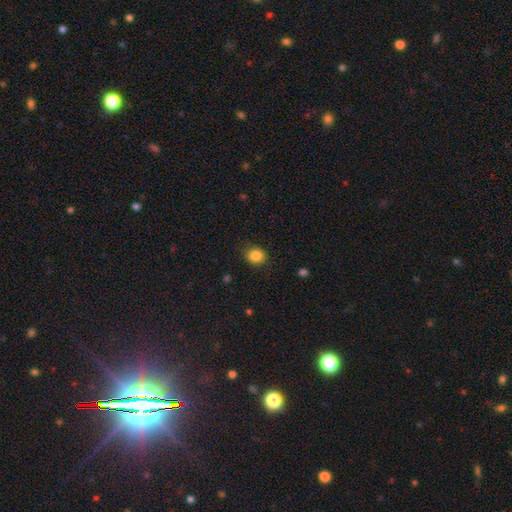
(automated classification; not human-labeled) Q: Smooth or featured?
A: smooth (85%); runner-up: star or artifact (10%)
Q: How rounded?
A: round (66%); runner-up: in between (33%)
Q: Merging?
A: none (86%); runner-up: minor disturbance (11%)